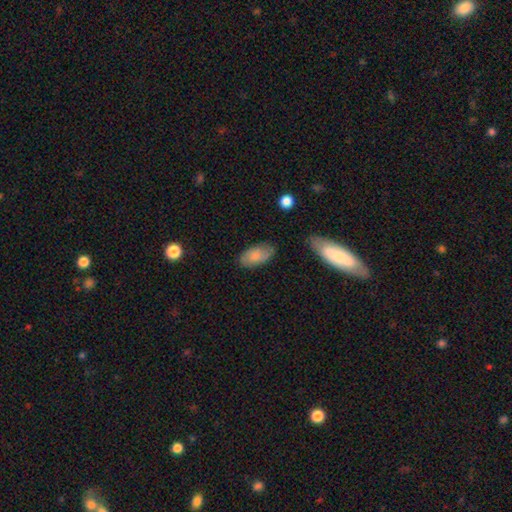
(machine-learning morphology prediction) smooth-or-featured: smooth: 77% | featured or disk: 16% | star or artifact: 7%
  how-rounded: in between: 94% | cigar-shaped: 3% | round: 3%
  merging: none: 77% | minor disturbance: 17% | major disturbance: 4% | merger: 2%